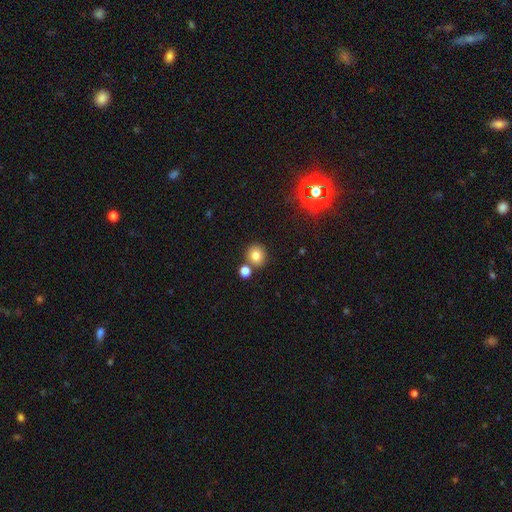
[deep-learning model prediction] Q: Smooth or featured?
A: smooth (79%); runner-up: star or artifact (13%)
Q: How rounded?
A: round (86%); runner-up: in between (13%)
Q: Merging?
A: none (75%); runner-up: merger (15%)